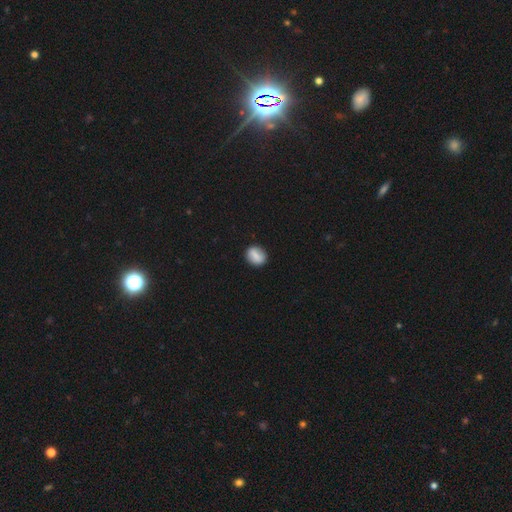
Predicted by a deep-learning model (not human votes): Overall: smooth (78%). How rounded: in between (49%, tied with round). Merging: none (85%).